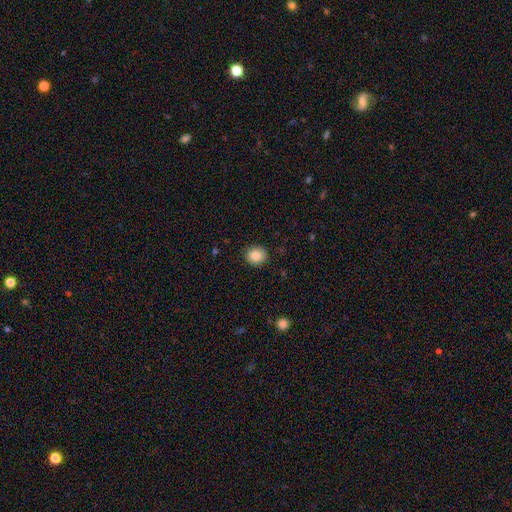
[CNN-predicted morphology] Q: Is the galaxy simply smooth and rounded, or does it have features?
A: smooth — 86%.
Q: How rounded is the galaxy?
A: round — 82%.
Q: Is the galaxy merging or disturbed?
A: none — 90%.